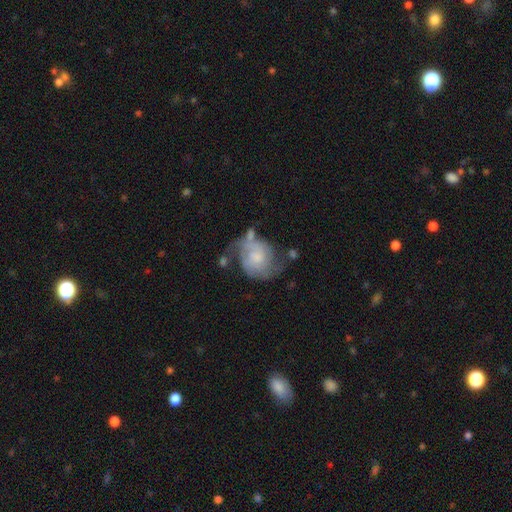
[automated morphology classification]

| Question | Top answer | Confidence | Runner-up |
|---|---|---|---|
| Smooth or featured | featured or disk | 69% | smooth (24%) |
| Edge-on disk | no | 98% | yes (2%) |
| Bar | no | 71% | weak (25%) |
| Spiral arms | yes | 87% | no (13%) |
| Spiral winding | medium | 43% | tight (32%) |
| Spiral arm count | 2 | 74% | can't tell (14%) |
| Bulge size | small | 39% | moderate (30%) |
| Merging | none | 42% | minor disturbance (25%) |